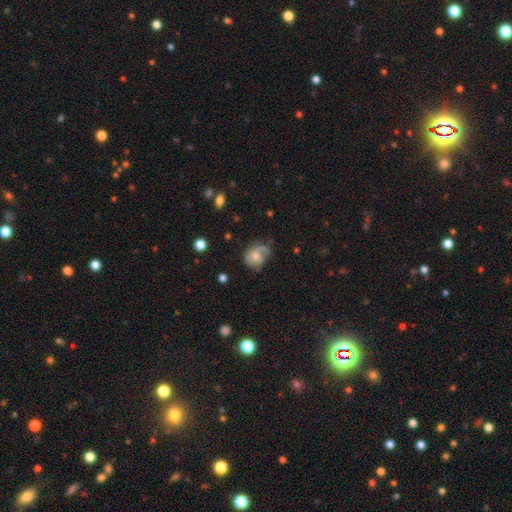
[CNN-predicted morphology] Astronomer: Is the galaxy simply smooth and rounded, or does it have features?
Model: featured or disk — 46%, tied with smooth at 46%.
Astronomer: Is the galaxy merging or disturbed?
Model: none — 47% (runner-up: minor disturbance, 30%).